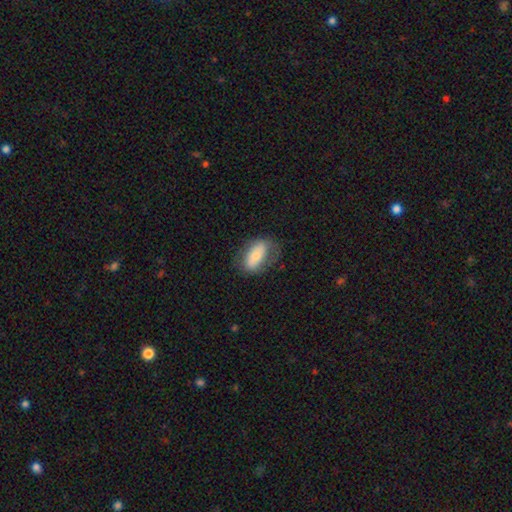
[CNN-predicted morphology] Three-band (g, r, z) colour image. It shows a smooth galaxy with no disk features (62%) that is in between round and cigar-shaped (88%). Merging: none (64%).